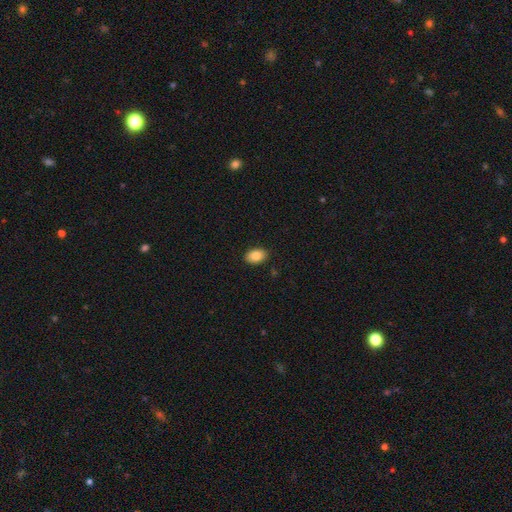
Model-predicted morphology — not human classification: smooth-or-featured: smooth: 86% | star or artifact: 8% | featured or disk: 7%
  how-rounded: in between: 85% | round: 13% | cigar-shaped: 1%
  merging: none: 89% | minor disturbance: 8% | major disturbance: 2% | merger: 1%